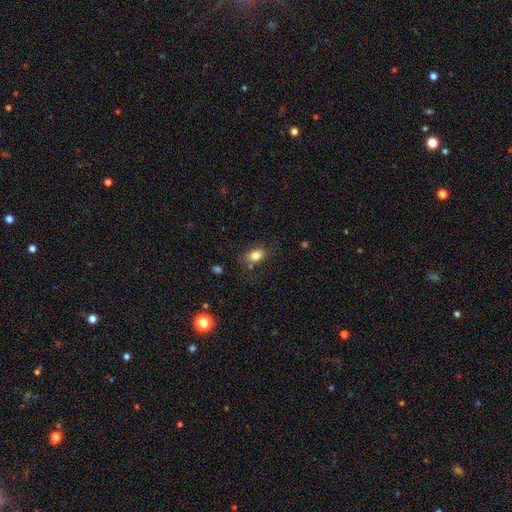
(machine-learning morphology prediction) A smooth galaxy with no disk features (82%) that is in between round and cigar-shaped (81%).

Vote fractions:
- Smooth or featured? smooth: 82% / star or artifact: 10% / featured or disk: 8%
- How rounded? in between: 81% / round: 17% / cigar-shaped: 2%
- Merging? none: 75% / minor disturbance: 16% / major disturbance: 5% / merger: 4%